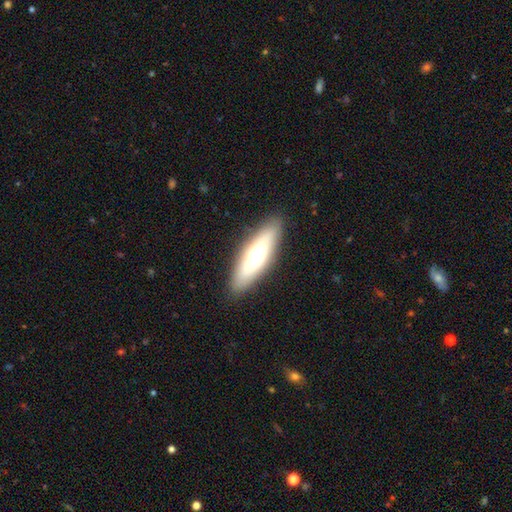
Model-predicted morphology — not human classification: This appears to be a smooth galaxy with no disk features (58%) that is cigar-shaped (59%). Merging: none (88%).